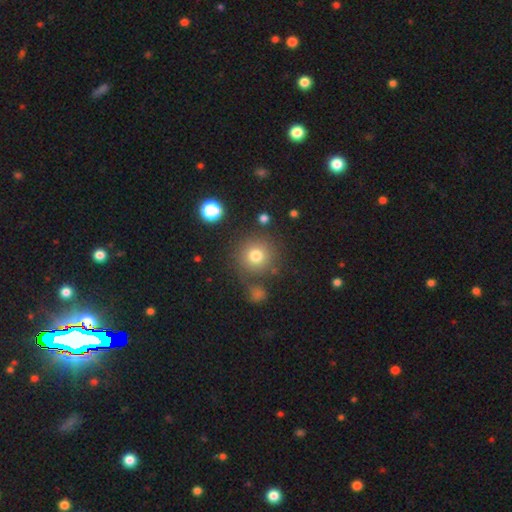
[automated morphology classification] This is likely a smooth galaxy (78%). How rounded: clearly round (94%). Merging: likely none (78%).